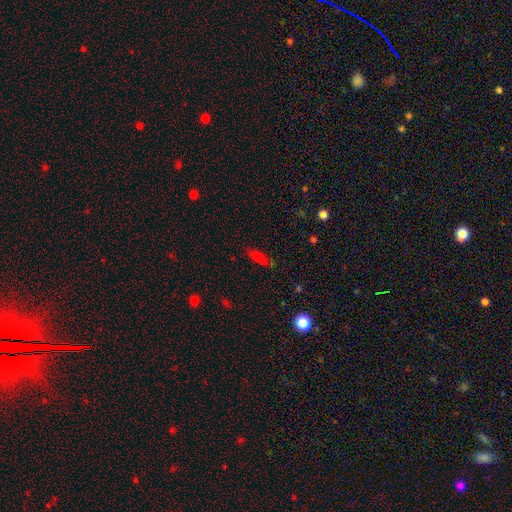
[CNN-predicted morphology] This appears to be a smooth galaxy with no disk features (71%) that is cigar-shaped (61%). Merging: none (83%).